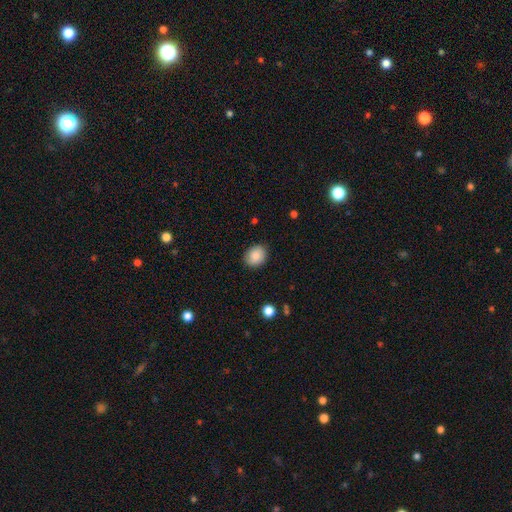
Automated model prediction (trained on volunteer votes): Q: Smooth or featured?
A: smooth (88%); runner-up: star or artifact (8%)
Q: How rounded?
A: round (55%); runner-up: in between (44%)
Q: Merging?
A: none (87%); runner-up: minor disturbance (10%)